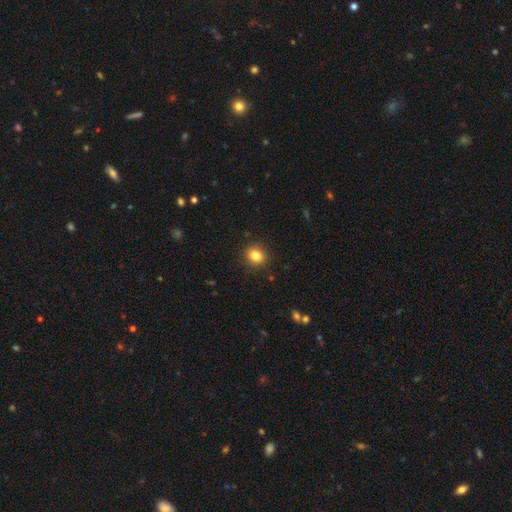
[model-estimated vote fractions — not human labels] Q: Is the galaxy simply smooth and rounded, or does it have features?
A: smooth — 83%.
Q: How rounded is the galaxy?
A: round — 80%.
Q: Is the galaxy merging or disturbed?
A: none — 90%.